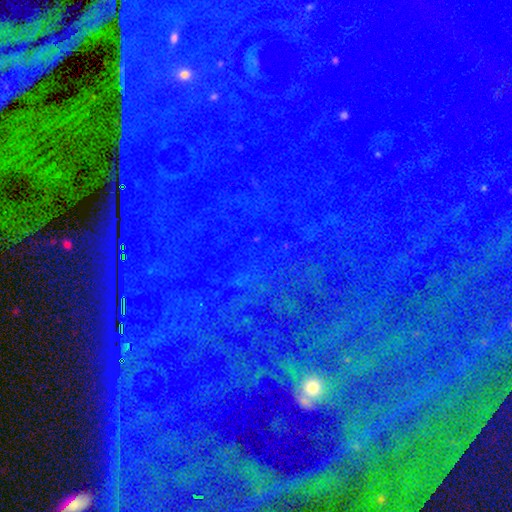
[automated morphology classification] type=star or artifact (84%).